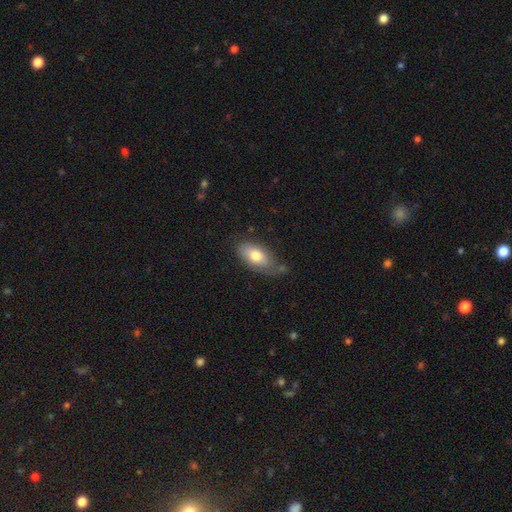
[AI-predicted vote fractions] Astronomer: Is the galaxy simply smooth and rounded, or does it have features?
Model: smooth — 74%.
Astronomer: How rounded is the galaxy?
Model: in between — 91%.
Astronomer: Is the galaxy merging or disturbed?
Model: none — 59%.